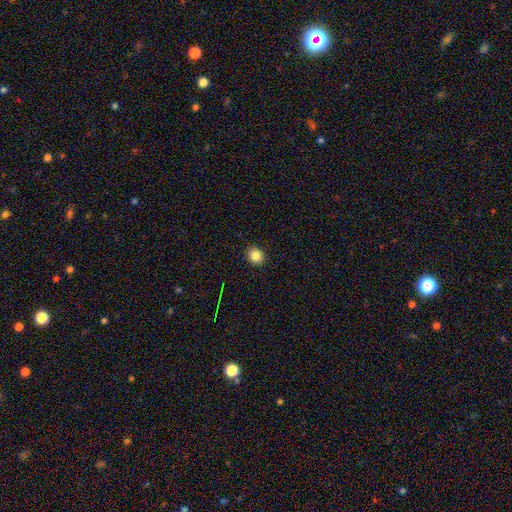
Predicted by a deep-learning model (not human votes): smooth-or-featured: smooth: 83% | star or artifact: 11% | featured or disk: 5%
  how-rounded: round: 71% | in between: 28% | cigar-shaped: 1%
  merging: none: 90% | minor disturbance: 7% | major disturbance: 2% | merger: 1%